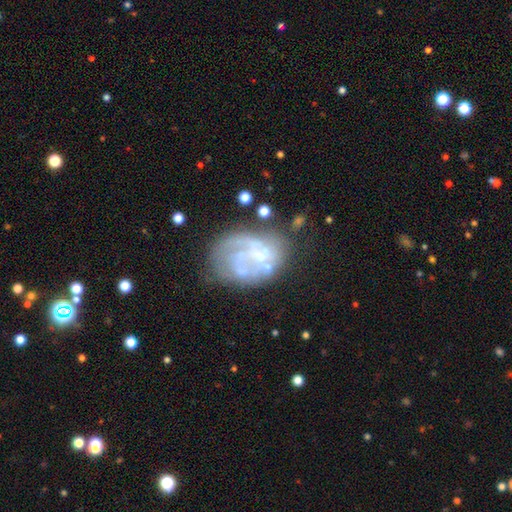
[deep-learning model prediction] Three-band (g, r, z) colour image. It shows a featured or disk galaxy (67%) with no bar (83%), no spiral arms (69%) and no central bulge (54%). Merging: none (42%).